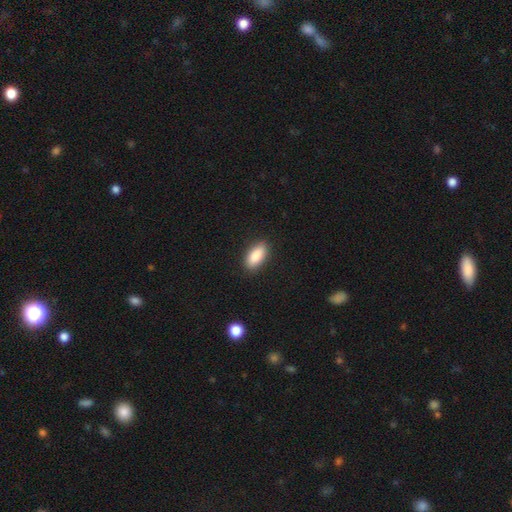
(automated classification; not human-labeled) Smooth or featured? Predicted: smooth (p=0.88). How rounded? Predicted: in between (p=0.88). Merging? Predicted: none (p=0.89).